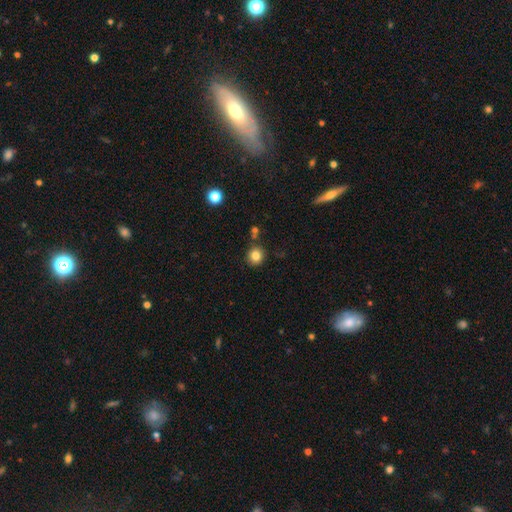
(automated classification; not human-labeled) The model was most divided on "smooth or featured": smooth: 83%, star or artifact: 11%, featured or disk: 6%. More confident: how rounded — round (90%); merging — none (83%).